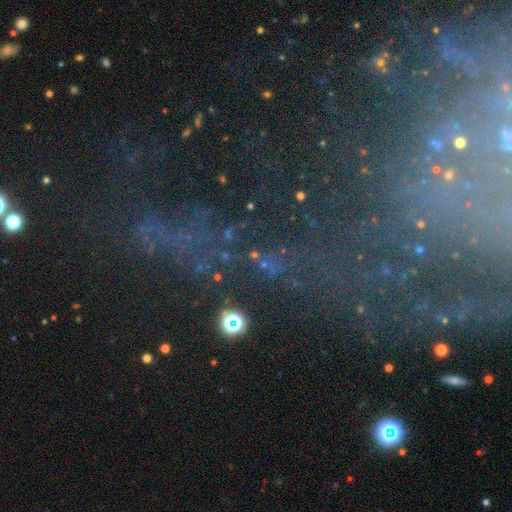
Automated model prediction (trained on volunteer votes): This is possibly a star or artifact rather than a galaxy (60%).